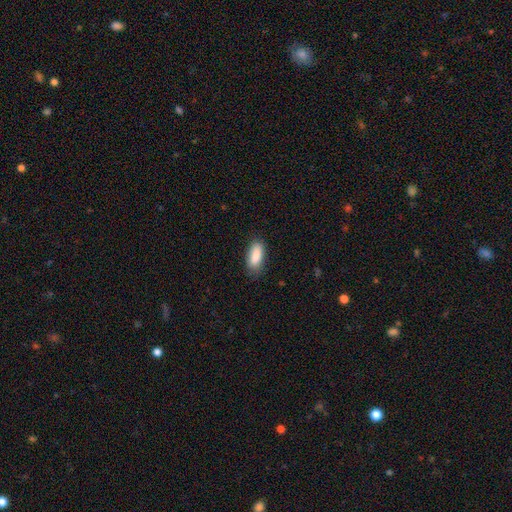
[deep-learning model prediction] Smooth or featured? Predicted: smooth (p=0.88). How rounded? Predicted: in between (p=0.81). Merging? Predicted: none (p=0.79).